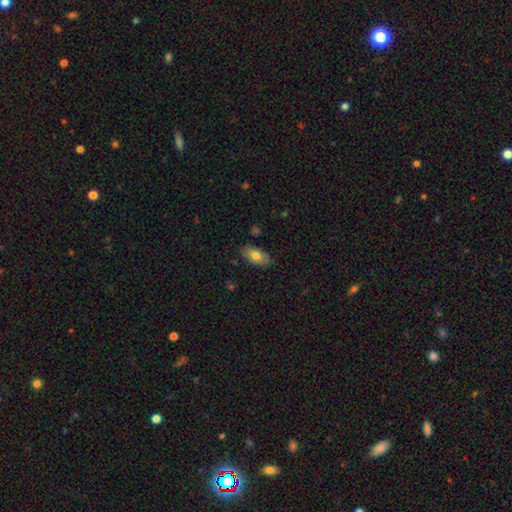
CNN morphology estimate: This is likely a smooth galaxy (73%). How rounded: clearly in between (91%). Merging: clearly none (83%).